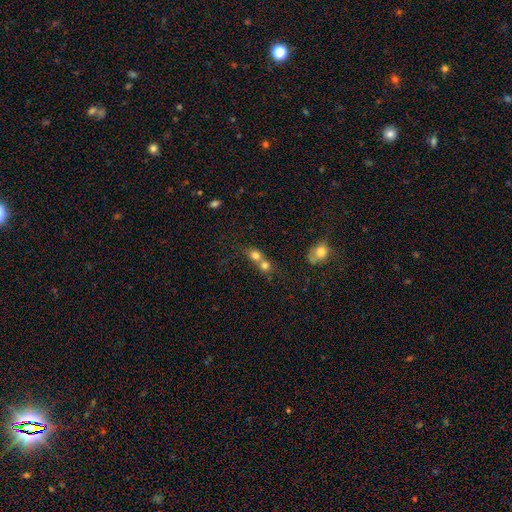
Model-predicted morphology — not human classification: smooth 74%, featured or disk 14%, star or artifact 13%. Down the decision tree: how rounded — round (70%); merging — merger (67%).